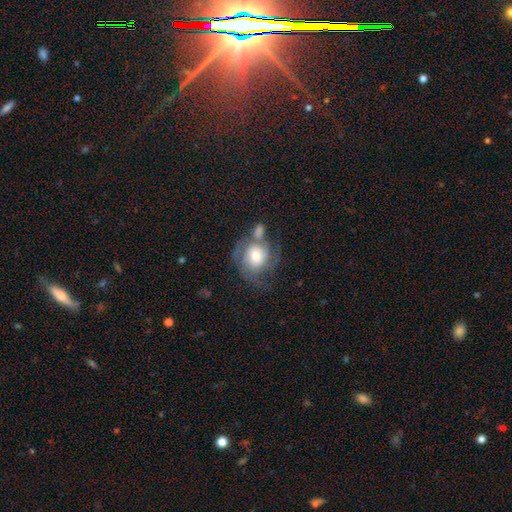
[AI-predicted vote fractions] smooth_or_featured: featured or disk (p=0.57) [alt: smooth p=0.35]
disk_edge_on: no (p=0.97) [alt: yes p=0.03]
bar: no (p=0.73) [alt: weak p=0.22]
has_spiral_arms: yes (p=0.79) [alt: no p=0.21]
bulge_size: moderate (p=0.56) [alt: large p=0.24]
merging: none (p=0.36) [alt: merger p=0.27]